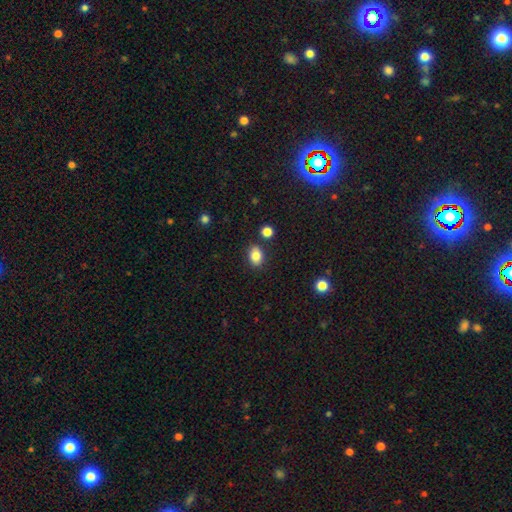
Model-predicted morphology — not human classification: Smooth or featured? smooth (84%)
How rounded? in between (74%)
Merging? none (82%)